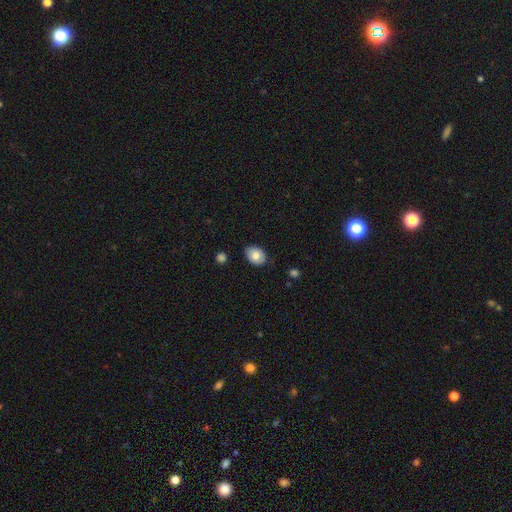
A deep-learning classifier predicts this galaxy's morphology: Smooth or featured? Predicted: smooth (p=0.79). How rounded? Predicted: in between (p=0.72). Merging? Predicted: none (p=0.81).